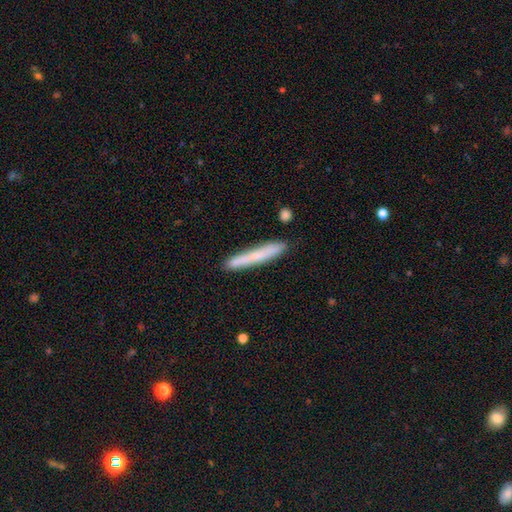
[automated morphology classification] smooth_or_featured: smooth (p=0.68) [alt: featured or disk p=0.25]
how_rounded: cigar-shaped (p=0.96) [alt: in between p=0.03]
merging: none (p=0.83) [alt: minor disturbance p=0.12]